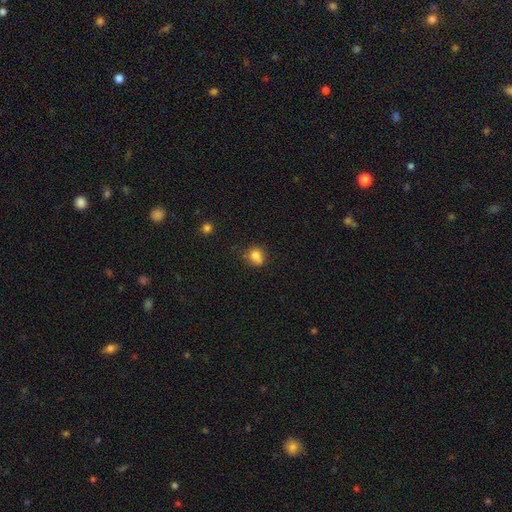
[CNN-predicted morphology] This is likely a smooth galaxy (79%). How rounded: likely round (75%). Merging: possibly none (57%).